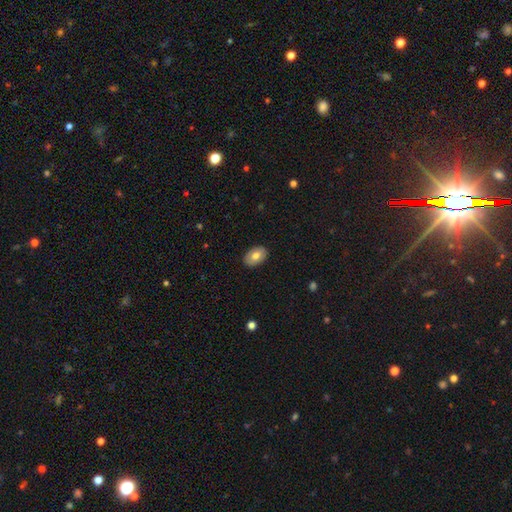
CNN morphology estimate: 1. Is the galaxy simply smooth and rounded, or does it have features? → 74% smooth, 20% featured or disk, 6% star or artifact.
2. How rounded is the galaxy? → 90% in between, 9% round, 1% cigar-shaped.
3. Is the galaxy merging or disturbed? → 88% none, 9% minor disturbance, 2% major disturbance, 1% merger.